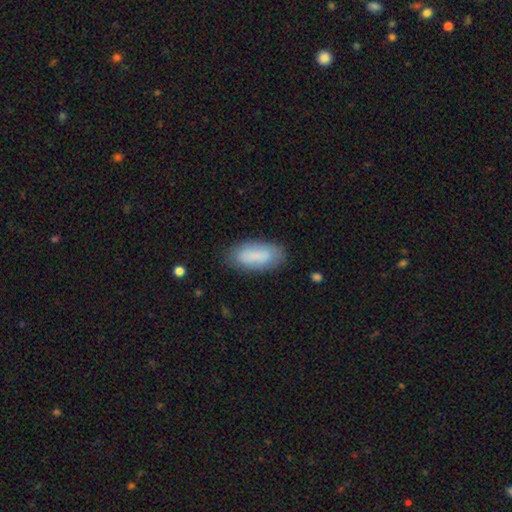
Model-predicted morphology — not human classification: A smooth galaxy with no disk features (80%) that is in between round and cigar-shaped (88%). Merging: none (76%).